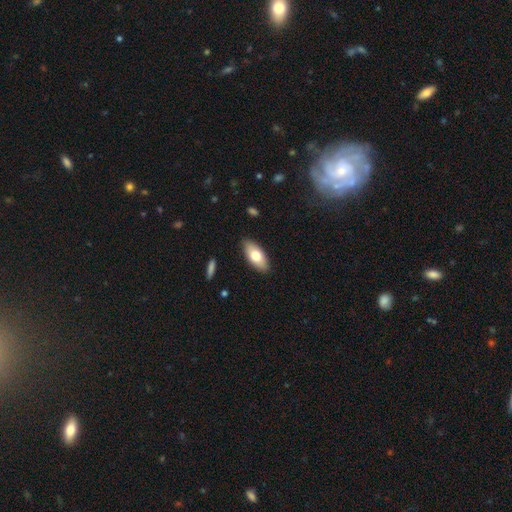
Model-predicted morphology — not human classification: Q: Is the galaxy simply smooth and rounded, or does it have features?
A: smooth — 73%.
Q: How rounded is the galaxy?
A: in between — 88%.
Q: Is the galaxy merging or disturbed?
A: none — 87%.